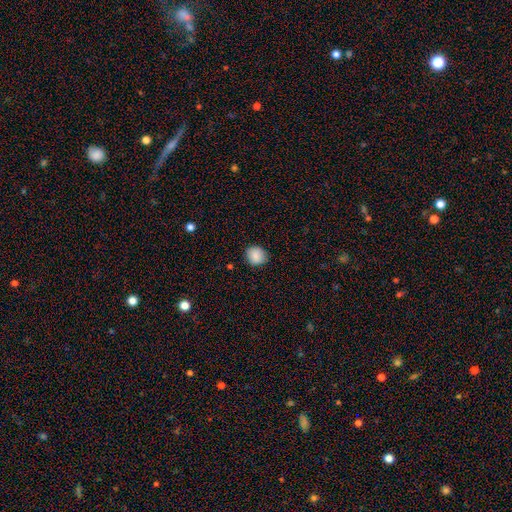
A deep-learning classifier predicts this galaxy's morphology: Smooth or featured?
  - smooth: 88% *
  - star or artifact: 8%
  - featured or disk: 4%
How rounded?
  - round: 81% *
  - in between: 18%
  - cigar-shaped: 1%
Merging?
  - none: 87% *
  - minor disturbance: 10%
  - major disturbance: 2%
  - merger: 1%